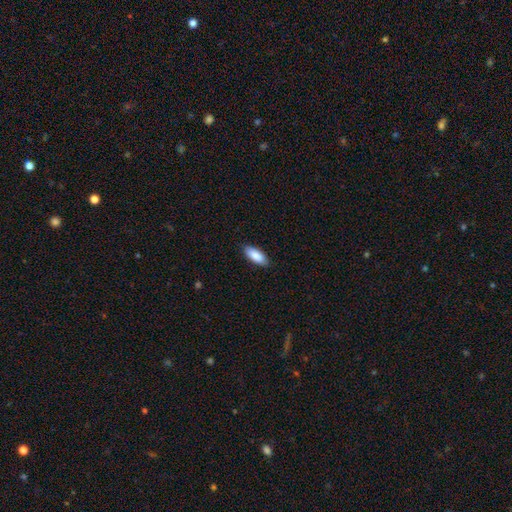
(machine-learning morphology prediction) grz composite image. It shows a smooth galaxy with no disk features (89%) that is in between round and cigar-shaped (80%). Merging: none (87%).